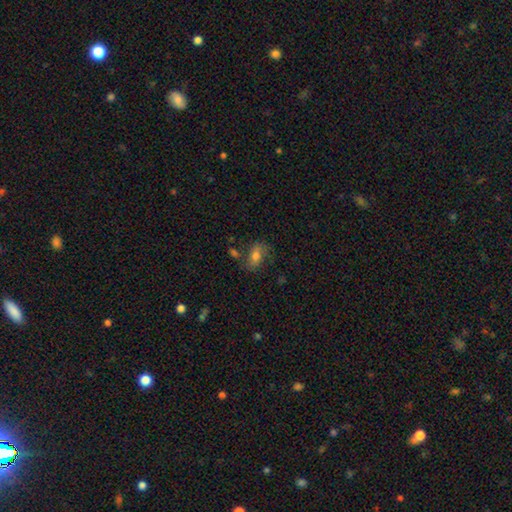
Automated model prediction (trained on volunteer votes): The model was most divided on "smooth or featured": smooth: 56%, featured or disk: 31%, star or artifact: 13%. More confident: how rounded — in between (79%); merging — none (61%).